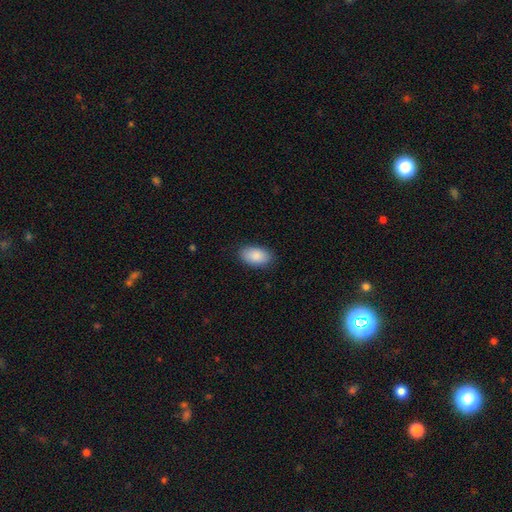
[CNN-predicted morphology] Smooth or featured? smooth (90%)
How rounded? in between (94%)
Merging? none (86%)